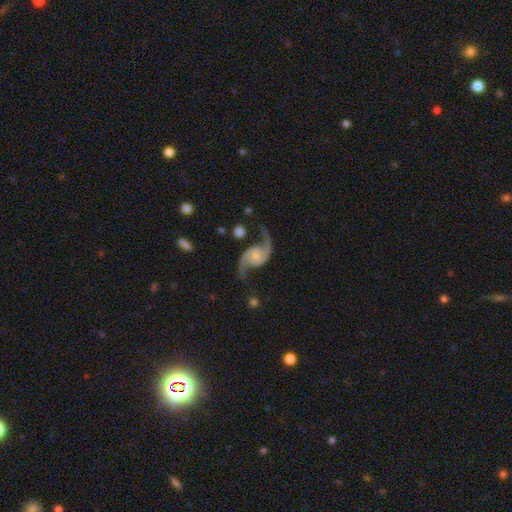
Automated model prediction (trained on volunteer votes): This is clearly a featured or disk galaxy (92%). It is clearly not viewed edge-on (98%). Bar: likely no (63%). Spiral arm pattern: clearly yes (98%). Spiral arm count: clearly 2 (94%). Spiral winding: likely loose (67%). Central bulge: possibly small (58%). Merging: likely none (74%).